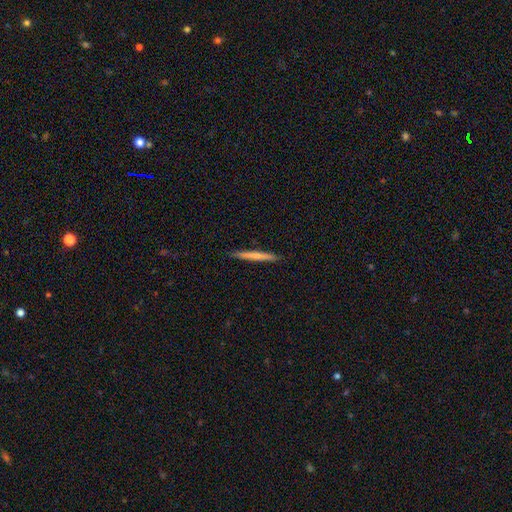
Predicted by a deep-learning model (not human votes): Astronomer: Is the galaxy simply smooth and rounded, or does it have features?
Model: smooth — 60%.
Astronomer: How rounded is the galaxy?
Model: cigar-shaped — 97%.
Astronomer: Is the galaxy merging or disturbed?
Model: none — 91%.